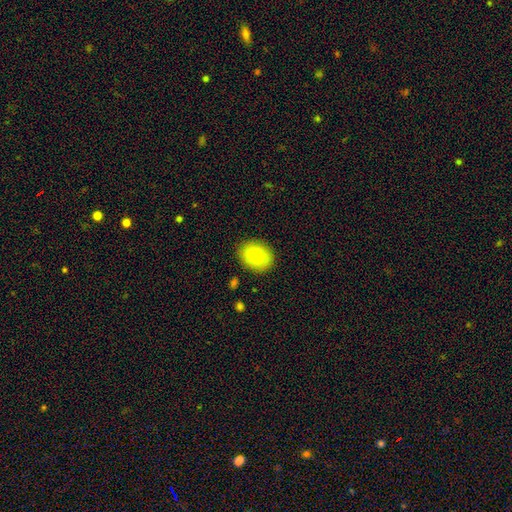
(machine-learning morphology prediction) This appears to be a smooth galaxy with no disk features (88%) that is in between round and cigar-shaped (67%). Merging: none (86%).